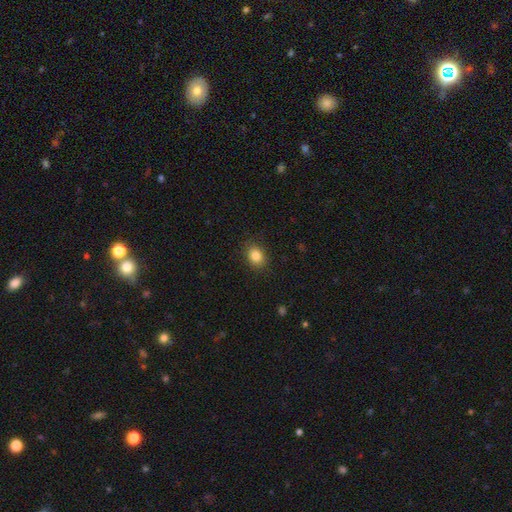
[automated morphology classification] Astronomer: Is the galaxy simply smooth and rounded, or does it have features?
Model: smooth — 85%.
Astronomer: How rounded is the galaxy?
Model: in between — 60% (runner-up: round, 39%).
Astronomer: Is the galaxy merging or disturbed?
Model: none — 86%.